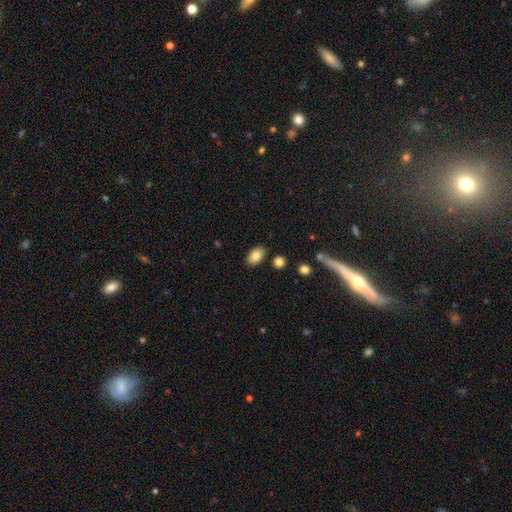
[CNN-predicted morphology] A smooth galaxy with no disk features (83%) that is in between round and cigar-shaped (89%). Merging: none (84%).